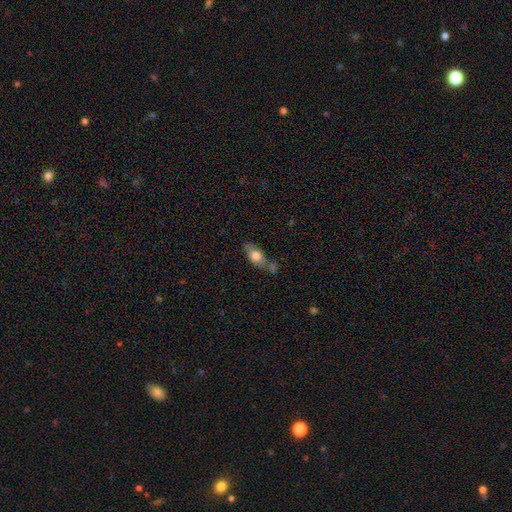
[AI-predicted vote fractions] Smooth or featured? smooth (72%)
How rounded? in between (83%)
Merging? none (46%)